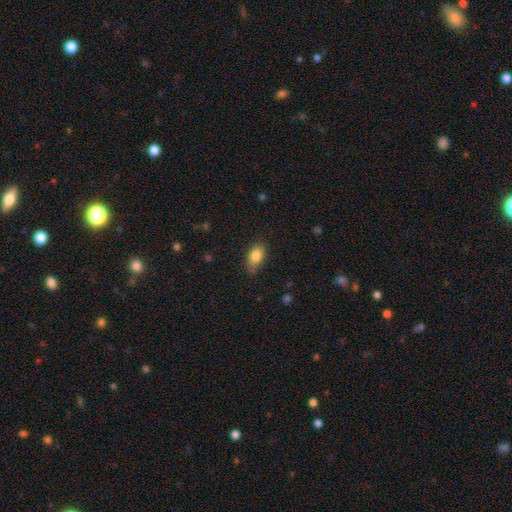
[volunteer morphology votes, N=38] smooth-or-featured: smooth: 87% | star or artifact: 8% | featured or disk: 5%
  how-rounded: in between: 91% | round: 6% | cigar-shaped: 3%
  merging: none: 69% | minor disturbance: 23% | major disturbance: 6% | merger: 3%